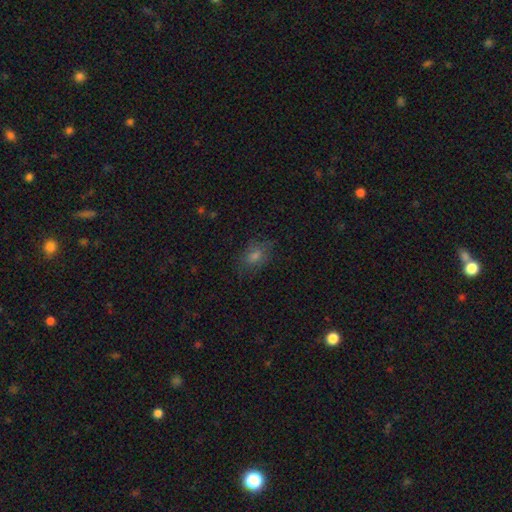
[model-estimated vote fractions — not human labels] smooth-or-featured: smooth: 63% | star or artifact: 21% | featured or disk: 16%
  how-rounded: in between: 67% | round: 31% | cigar-shaped: 2%
  merging: none: 75% | minor disturbance: 17% | major disturbance: 6% | merger: 1%